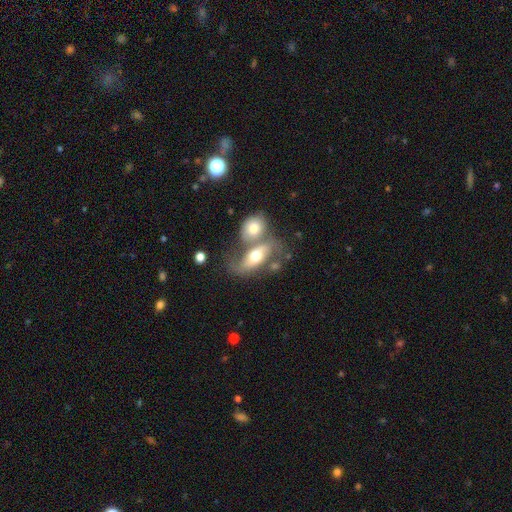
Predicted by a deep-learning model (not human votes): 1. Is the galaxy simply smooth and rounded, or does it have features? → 52% featured or disk, 41% smooth, 7% star or artifact.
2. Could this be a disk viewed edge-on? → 88% no, 12% yes.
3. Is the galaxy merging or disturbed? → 54% merger, 25% none, 11% minor disturbance, 10% major disturbance.